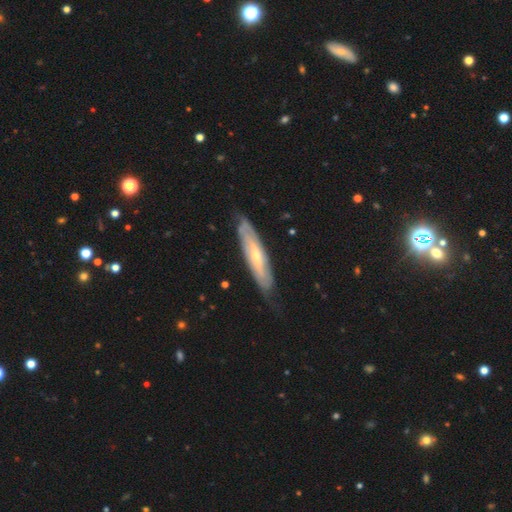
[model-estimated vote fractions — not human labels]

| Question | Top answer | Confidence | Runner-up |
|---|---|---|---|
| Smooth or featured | featured or disk | 68% | smooth (26%) |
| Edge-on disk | no | 57% | yes (43%) |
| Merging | none | 75% | minor disturbance (19%) |